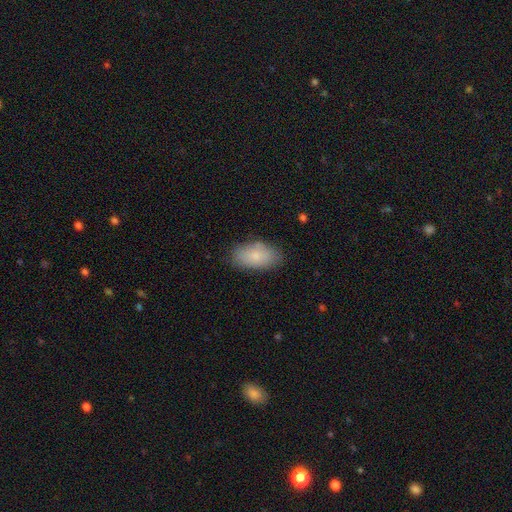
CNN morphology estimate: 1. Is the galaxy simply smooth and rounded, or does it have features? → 82% smooth, 11% featured or disk, 7% star or artifact.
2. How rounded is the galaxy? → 94% in between, 4% round, 3% cigar-shaped.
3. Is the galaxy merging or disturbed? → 80% none, 15% minor disturbance, 3% major disturbance, 1% merger.